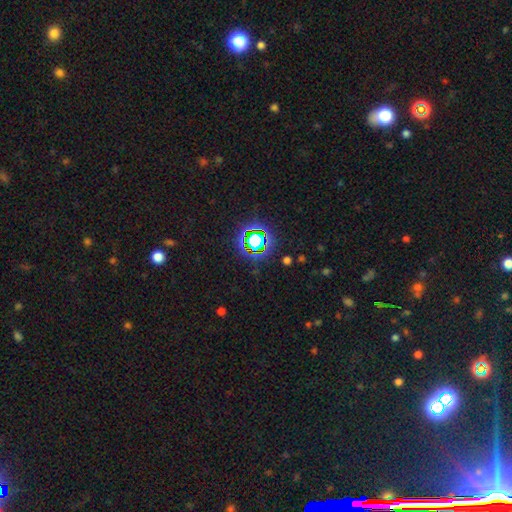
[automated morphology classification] Smooth or featured: star or artifact — 78% (smooth — 14%)